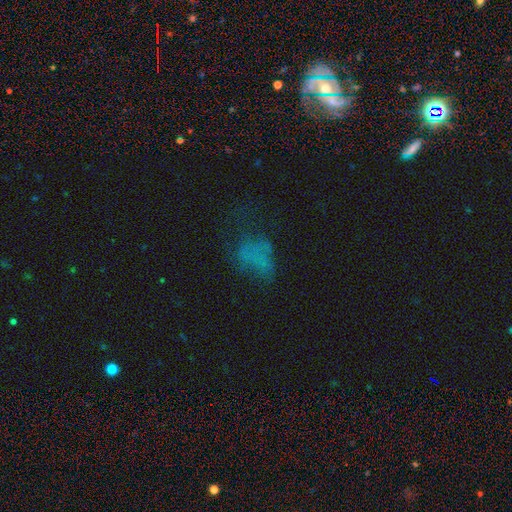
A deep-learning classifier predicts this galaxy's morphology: This appears to be a smooth galaxy with no disk features (43%). Merging: none (42%).